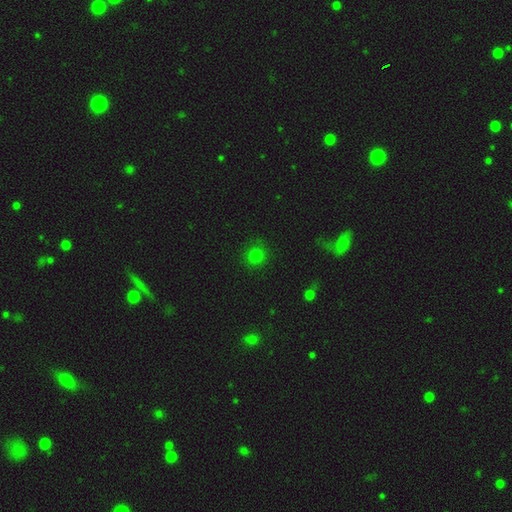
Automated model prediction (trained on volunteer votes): smooth_or_featured: smooth (p=0.77) [alt: star or artifact p=0.18]
how_rounded: round (p=0.92) [alt: in between p=0.07]
merging: none (p=0.89) [alt: minor disturbance p=0.07]